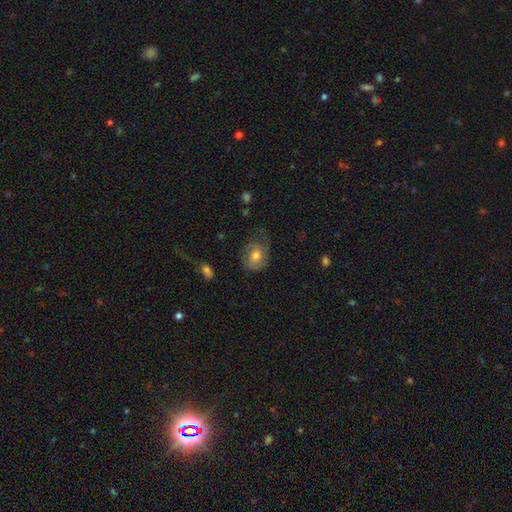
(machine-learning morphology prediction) This appears to be a smooth galaxy with no disk features (61%) that is in between round and cigar-shaped (50%). Merging: none (51%).